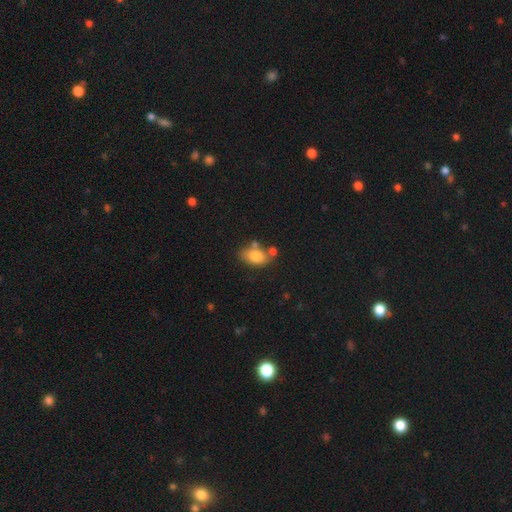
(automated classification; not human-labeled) This is clearly a smooth galaxy (80%). How rounded: clearly in between (86%). Merging: possibly none (57%).